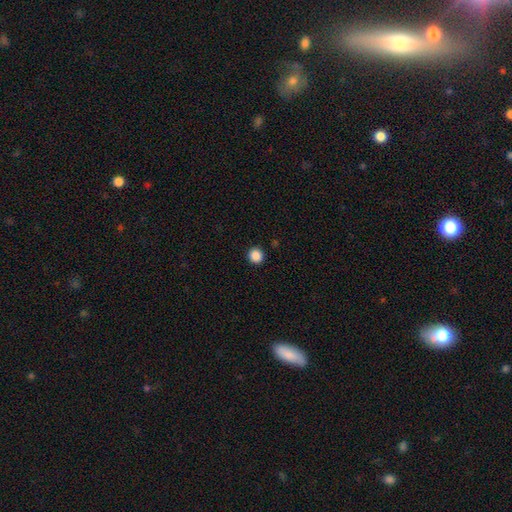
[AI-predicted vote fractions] This is clearly a smooth galaxy (87%). How rounded: clearly round (95%). Merging: clearly none (93%).